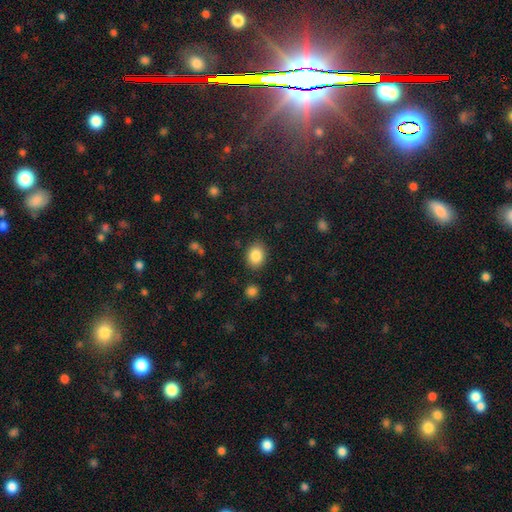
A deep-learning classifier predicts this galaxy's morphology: A smooth galaxy with no disk features (86%) that is in between round and cigar-shaped (56%). Merging: none (85%).